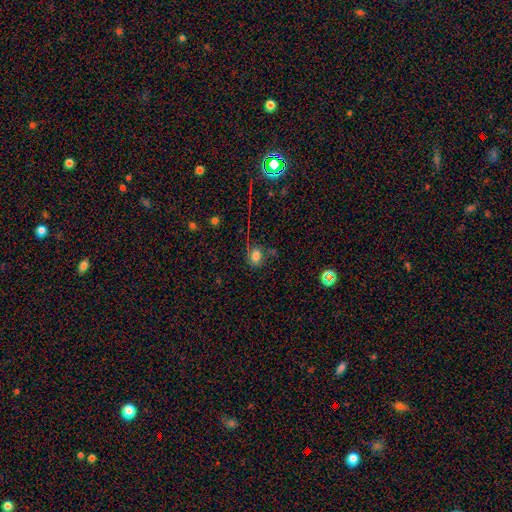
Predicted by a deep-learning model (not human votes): smooth-or-featured: smooth: 71% | star or artifact: 18% | featured or disk: 12%
  how-rounded: in between: 57% | round: 41% | cigar-shaped: 2%
  merging: none: 59% | minor disturbance: 22% | major disturbance: 13% | merger: 6%